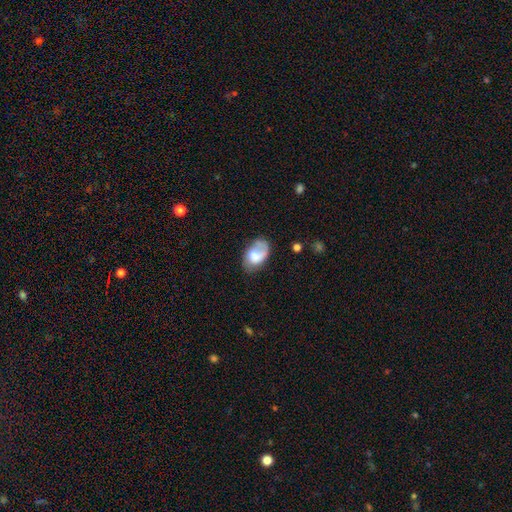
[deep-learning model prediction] This appears to be a smooth galaxy with no disk features (58%) that is in between round and cigar-shaped (87%). Merging: none (45%).